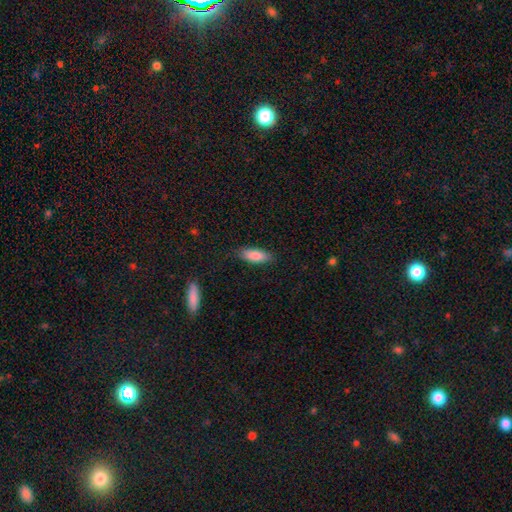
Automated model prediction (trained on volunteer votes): Smooth or featured? smooth (86%)
How rounded? in between (70%)
Merging? none (84%)